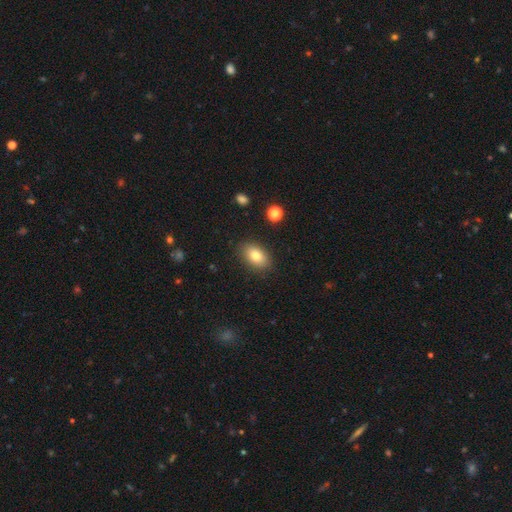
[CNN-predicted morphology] A smooth galaxy with no disk features (79%) that is in between round and cigar-shaped (87%).

Vote fractions:
- Smooth or featured? smooth: 79% / featured or disk: 12% / star or artifact: 9%
- How rounded? in between: 87% / round: 11% / cigar-shaped: 2%
- Merging? none: 87% / minor disturbance: 9% / major disturbance: 3% / merger: 1%